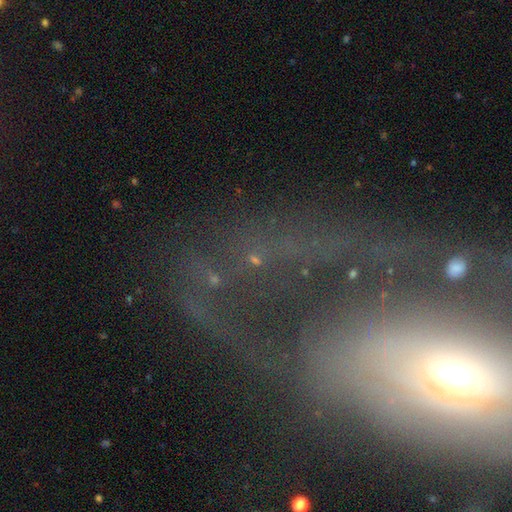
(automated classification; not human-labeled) Smooth or featured: featured or disk — 56% (star or artifact — 24%)
Edge-on disk: no — 84% (yes — 16%)
Merging: major disturbance — 40% (none — 38%)